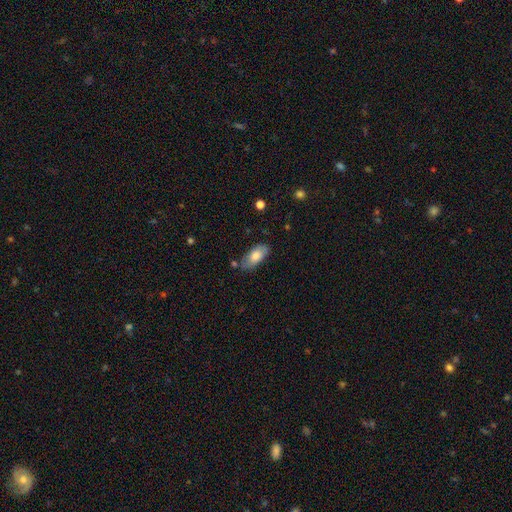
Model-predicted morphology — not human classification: This is likely a smooth galaxy (76%). How rounded: clearly in between (89%). Merging: likely none (72%).